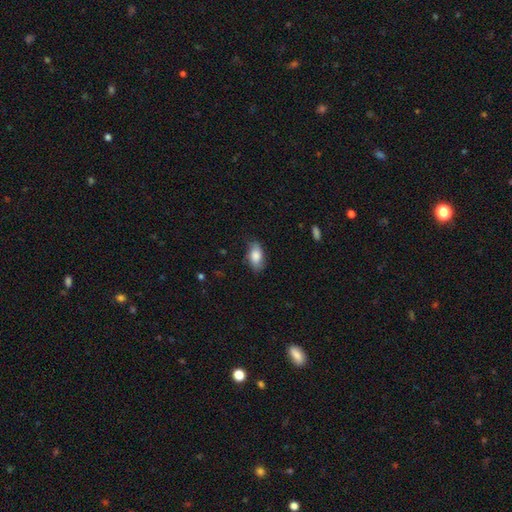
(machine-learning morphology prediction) A smooth galaxy with no disk features (80%) that is in between round and cigar-shaped (90%).

Vote fractions:
- Smooth or featured? smooth: 80% / featured or disk: 13% / star or artifact: 7%
- How rounded? in between: 90% / cigar-shaped: 5% / round: 5%
- Merging? none: 77% / minor disturbance: 18% / major disturbance: 4% / merger: 1%